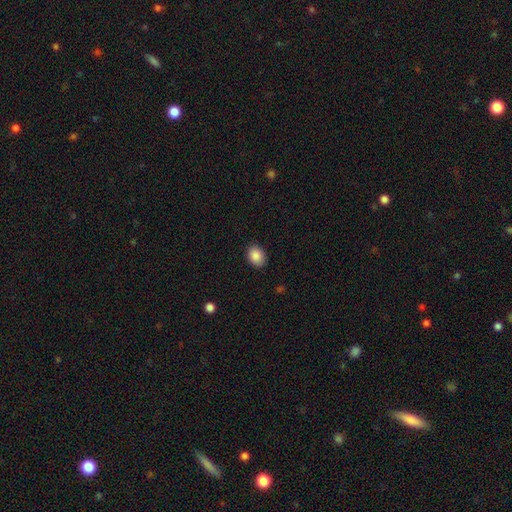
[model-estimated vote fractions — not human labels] smooth_or_featured: smooth (p=0.88) [alt: star or artifact p=0.08]
how_rounded: in between (p=0.60) [alt: round p=0.39]
merging: none (p=0.88) [alt: minor disturbance p=0.09]